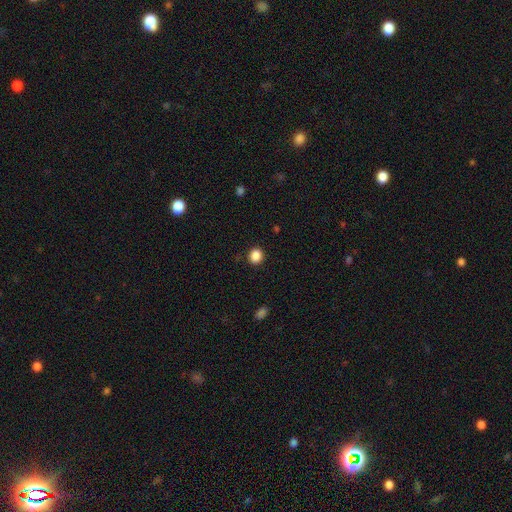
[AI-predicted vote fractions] A smooth galaxy with no disk features (87%) that is round (80%). Merging: none (89%).